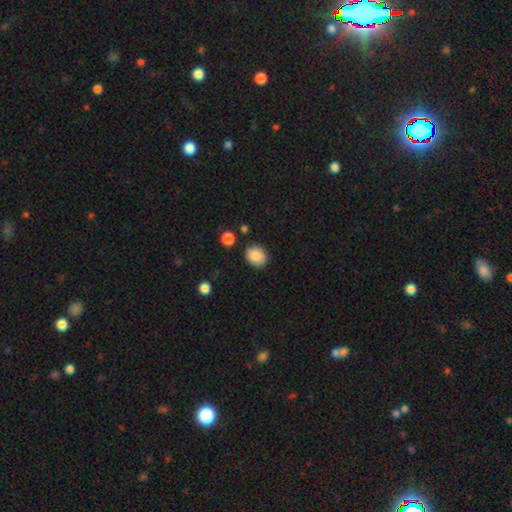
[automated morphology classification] This is clearly a smooth galaxy (88%). How rounded: possibly round (53%). Merging: clearly none (85%).